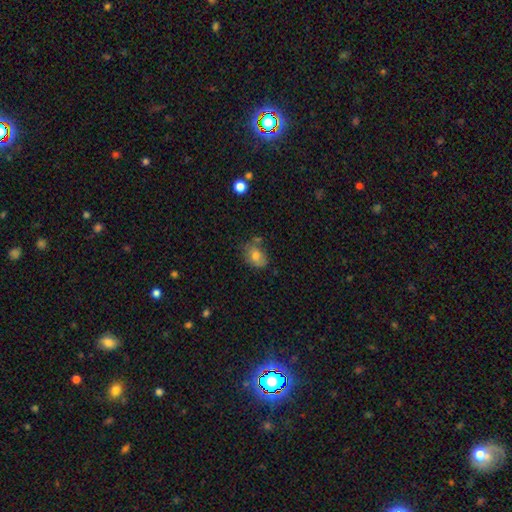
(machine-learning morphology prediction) Smooth or featured? Predicted: smooth (p=0.74). How rounded? Predicted: in between (p=0.73). Merging? Predicted: none (p=0.60).